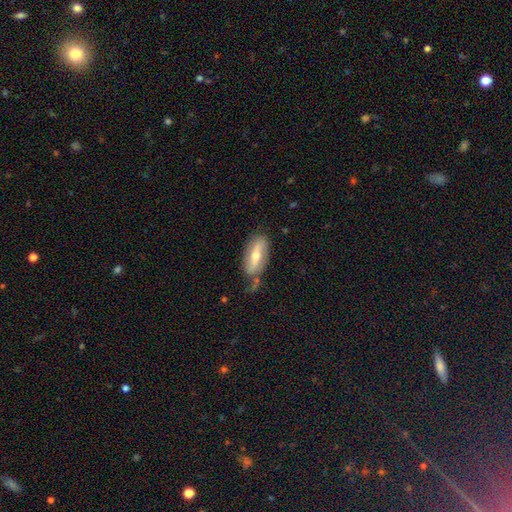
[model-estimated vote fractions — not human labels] This is possibly a featured or disk galaxy (50%). Merging: likely none (60%).